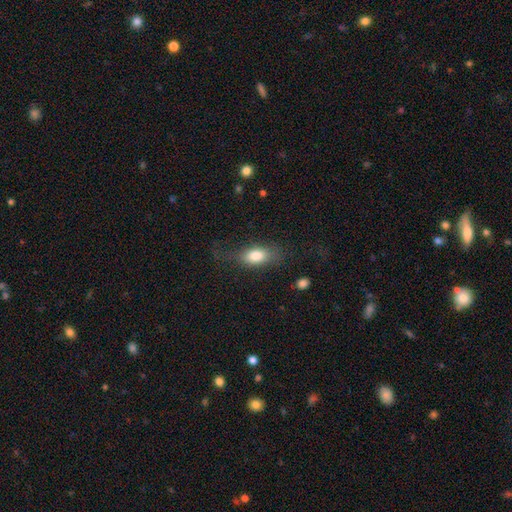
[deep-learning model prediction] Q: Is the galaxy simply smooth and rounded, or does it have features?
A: smooth — 79%.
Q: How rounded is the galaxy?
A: in between — 86%.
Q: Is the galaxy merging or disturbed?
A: none — 59%.